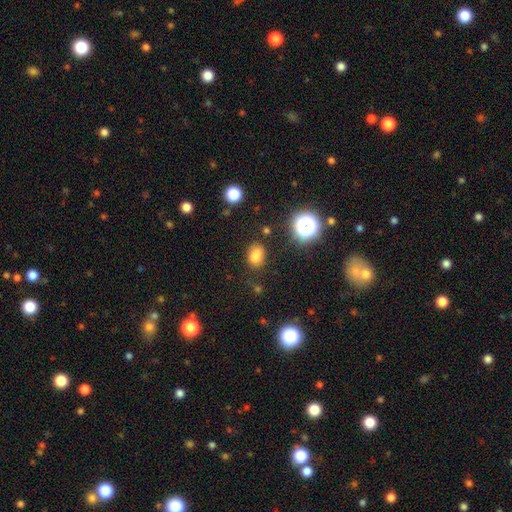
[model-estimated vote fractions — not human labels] Smooth or featured: smooth — 78% (star or artifact — 15%)
How rounded: in between — 71% (round — 28%)
Merging: none — 76% (minor disturbance — 15%)